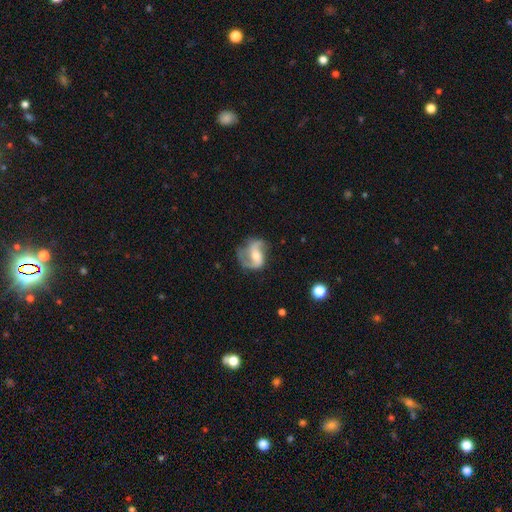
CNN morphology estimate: This is clearly a featured or disk galaxy (82%). It is clearly not viewed edge-on (98%). Bar: marginally weak (40%). Spiral arm pattern: clearly yes (95%). Spiral arm count: clearly 2 (87%). Spiral winding: possibly loose (48%). Central bulge: possibly moderate (56%). Merging: likely none (65%).